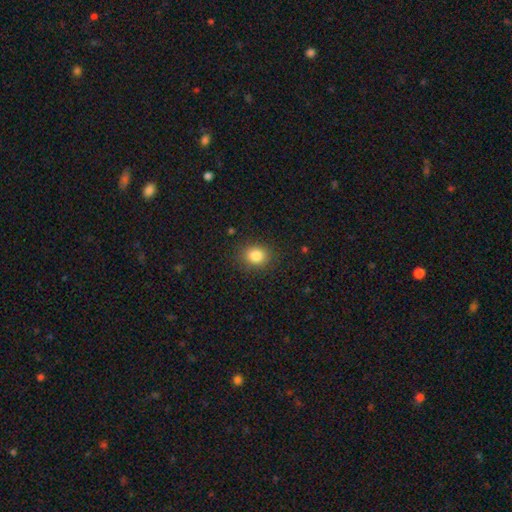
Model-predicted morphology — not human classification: This is clearly a smooth galaxy (85%). How rounded: likely round (66%). Merging: clearly none (87%).